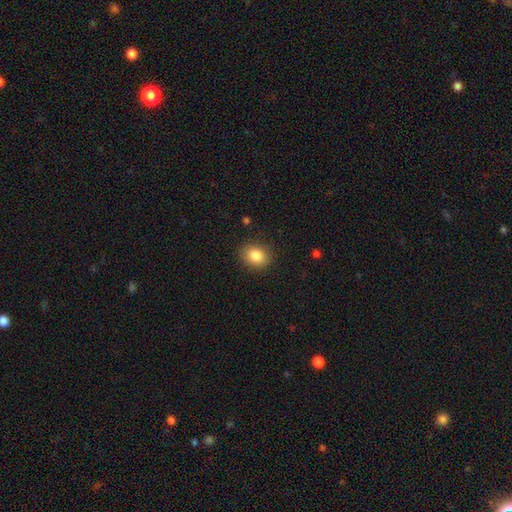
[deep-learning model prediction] This is clearly a smooth galaxy (86%). How rounded: possibly round (51%). Merging: clearly none (87%).